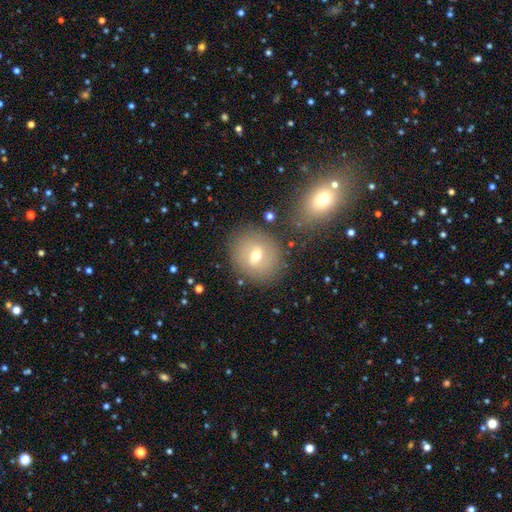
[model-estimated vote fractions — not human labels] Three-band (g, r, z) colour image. It shows a smooth galaxy with no disk features (54%) that is round (70%). Merging: none (78%).